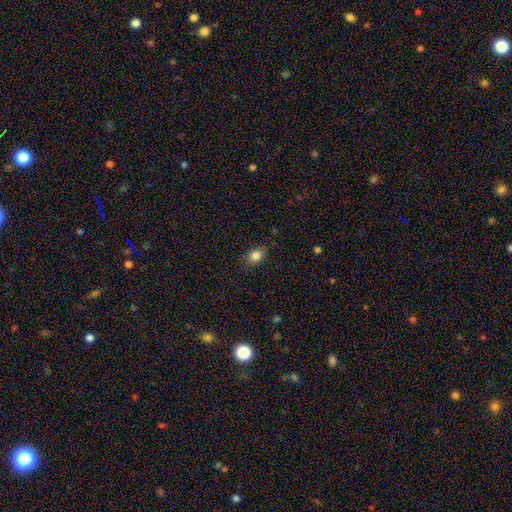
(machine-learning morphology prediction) Smooth or featured? Predicted: smooth (p=0.83). How rounded? Predicted: in between (p=0.67). Merging? Predicted: none (p=0.81).